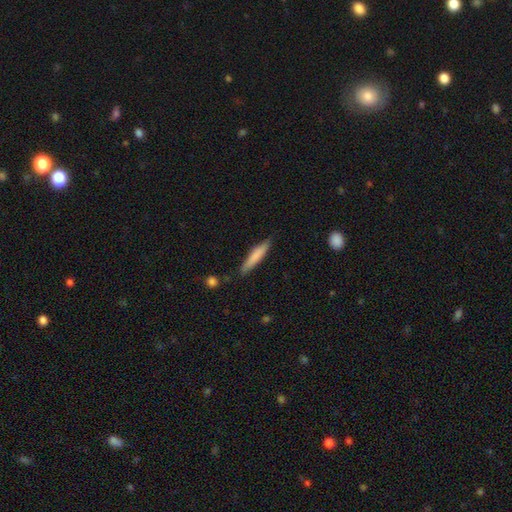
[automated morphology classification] This appears to be a smooth galaxy with no disk features (75%) that is cigar-shaped (90%). Merging: none (85%).